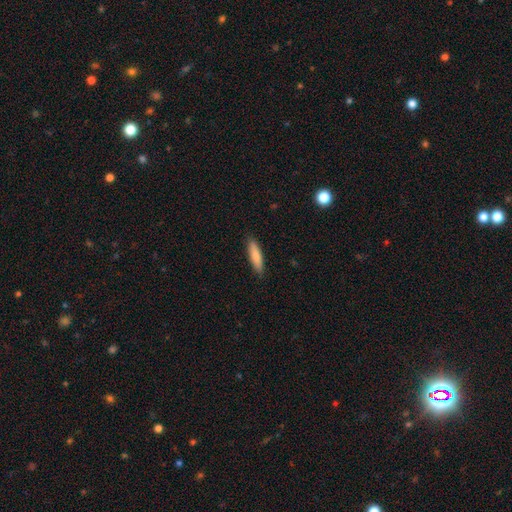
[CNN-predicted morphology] smooth 81%, featured or disk 13%, star or artifact 6%. Down the decision tree: how rounded — cigar-shaped (73%); merging — none (88%).